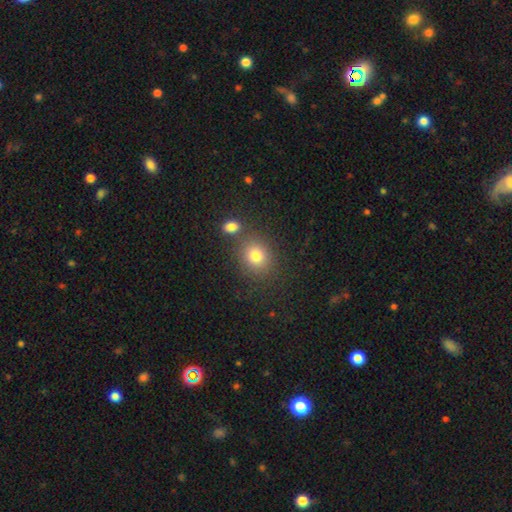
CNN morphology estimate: The model was most divided on "how rounded": round: 69%, in between: 30%, cigar-shaped: 1%. More confident: smooth or featured — smooth (79%); merging — none (75%).